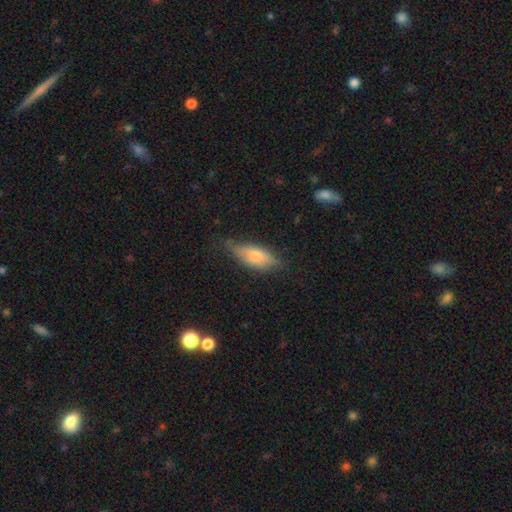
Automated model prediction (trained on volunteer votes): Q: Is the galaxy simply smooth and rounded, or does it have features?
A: smooth — 65%.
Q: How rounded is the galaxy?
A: in between — 71%.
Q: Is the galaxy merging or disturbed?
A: none — 66%.